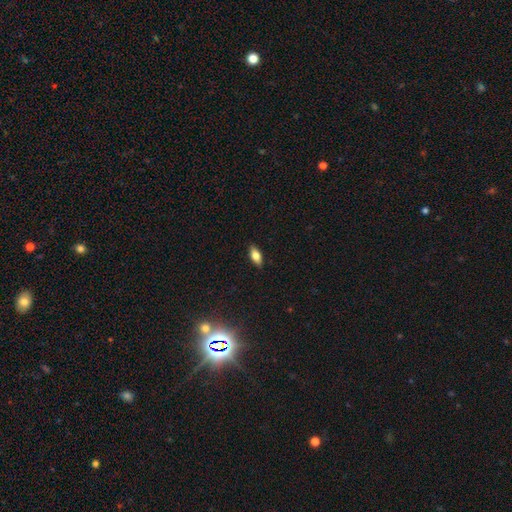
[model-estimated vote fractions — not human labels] A smooth galaxy with no disk features (74%) that is in between round and cigar-shaped (84%).

Vote fractions:
- Smooth or featured? smooth: 74% / featured or disk: 18% / star or artifact: 8%
- How rounded? in between: 84% / cigar-shaped: 13% / round: 3%
- Merging? none: 89% / minor disturbance: 8% / major disturbance: 2% / merger: 1%